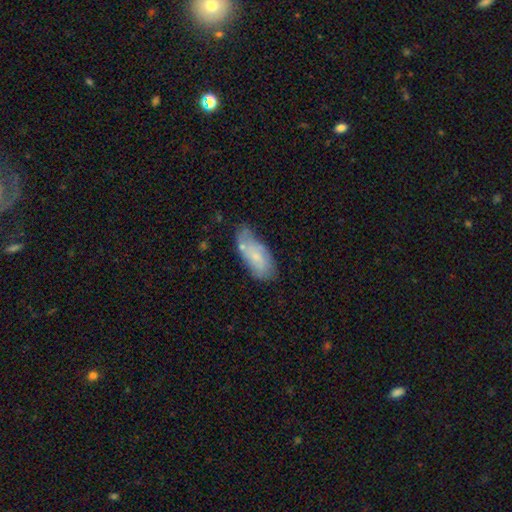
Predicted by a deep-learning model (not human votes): A smooth galaxy with no disk features (62%) that is in between round and cigar-shaped (85%). Merging: none (49%).